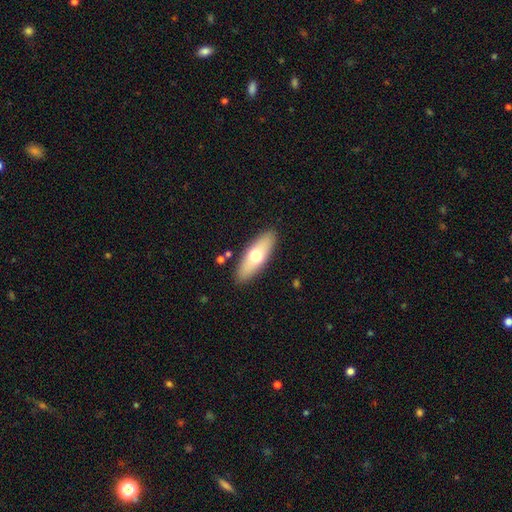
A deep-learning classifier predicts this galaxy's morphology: Overall: smooth (62%; featured or disk 32%). How rounded: in between (59%; cigar-shaped 38%). Merging: none (88%).